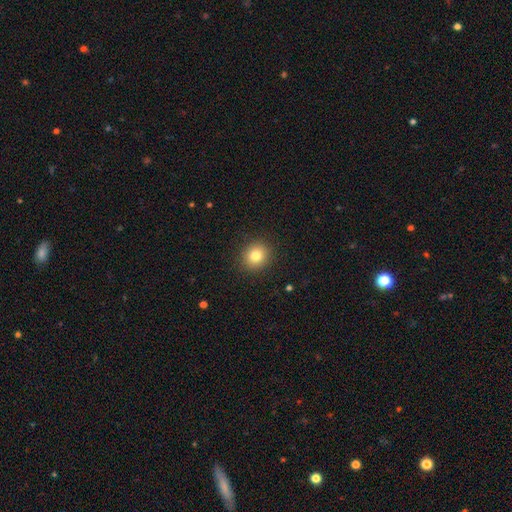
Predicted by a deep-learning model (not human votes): smooth_or_featured: smooth (p=0.80) [alt: star or artifact p=0.11]
how_rounded: round (p=0.84) [alt: in between p=0.15]
merging: none (p=0.91) [alt: minor disturbance p=0.06]